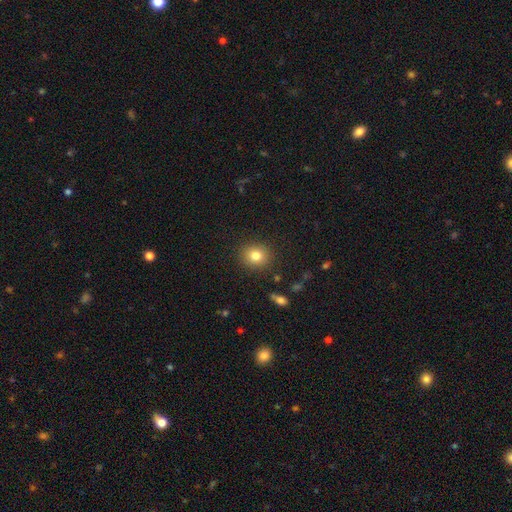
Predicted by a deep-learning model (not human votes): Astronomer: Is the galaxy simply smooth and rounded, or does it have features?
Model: smooth — 82%.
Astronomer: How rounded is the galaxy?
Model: round — 79%.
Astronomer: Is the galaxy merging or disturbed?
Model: none — 89%.